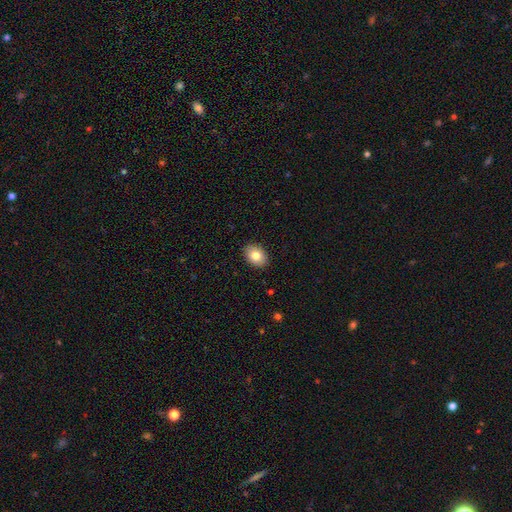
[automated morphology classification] Smooth or featured? Predicted: smooth (p=0.81). How rounded? Predicted: in between (p=0.73). Merging? Predicted: none (p=0.90).